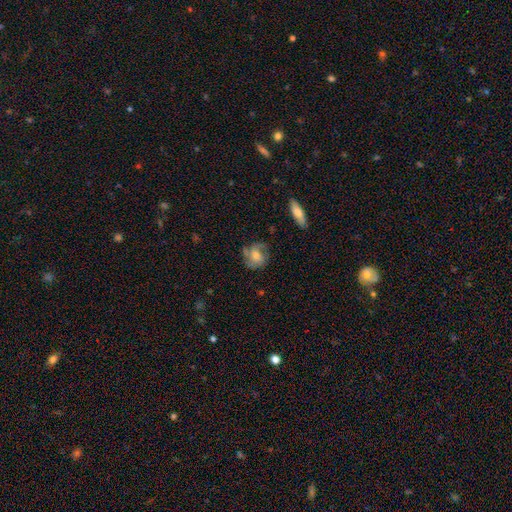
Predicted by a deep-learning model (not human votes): featured or disk 59%, smooth 33%, star or artifact 8%. Down the decision tree: edge-on disk — no (96%); bar — no (65%); spiral arms — yes (88%); bulge size — moderate (51%); merging — none (67%).